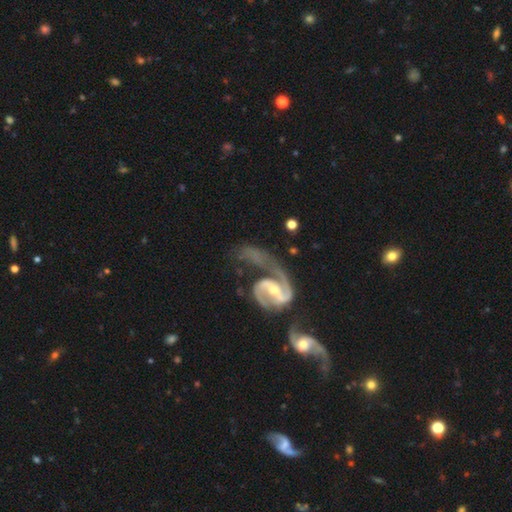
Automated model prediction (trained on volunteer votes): featured or disk 90%, star or artifact 5%, smooth 5%. Down the decision tree: edge-on disk — no (97%); bar — weak (40%); spiral arms — yes (96%); spiral arm count — 2 (79%); spiral winding — medium (49%); bulge size — small (51%); merging — merger (32%).